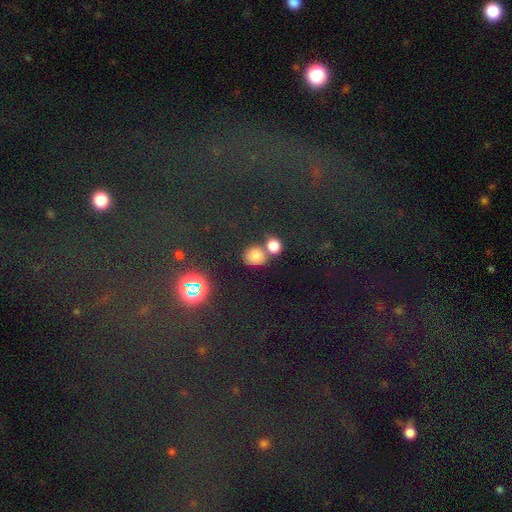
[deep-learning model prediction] Smooth or featured? Predicted: smooth (p=0.73). How rounded? Predicted: round (p=0.75). Merging? Predicted: none (p=0.54).